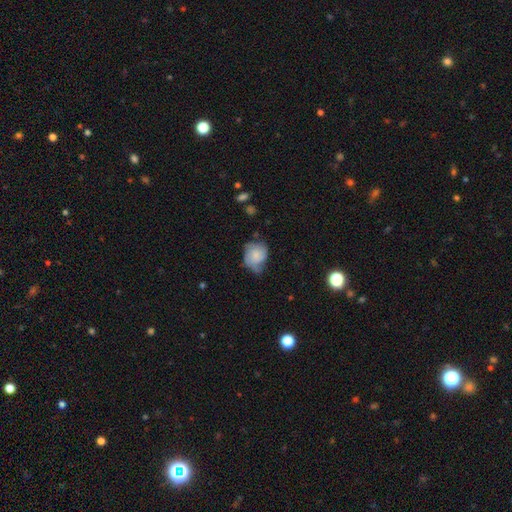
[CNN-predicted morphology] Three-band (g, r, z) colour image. It shows a smooth galaxy with no disk features (64%) that is round (56%). Merging: minor disturbance (41%).